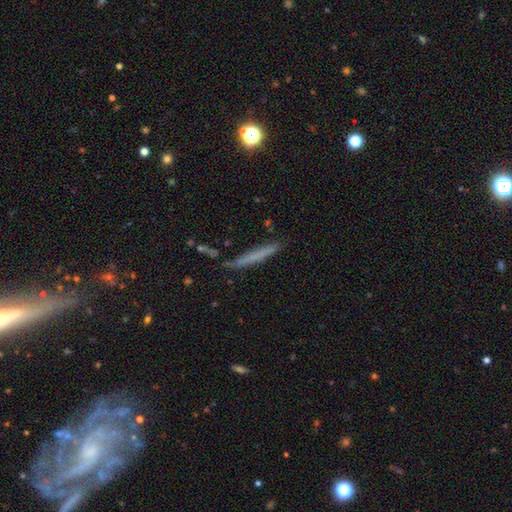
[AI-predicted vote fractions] smooth-or-featured: smooth: 58% | featured or disk: 32% | star or artifact: 10%
  how-rounded: cigar-shaped: 95% | in between: 3% | round: 2%
  merging: none: 80% | minor disturbance: 13% | major disturbance: 3% | merger: 3%